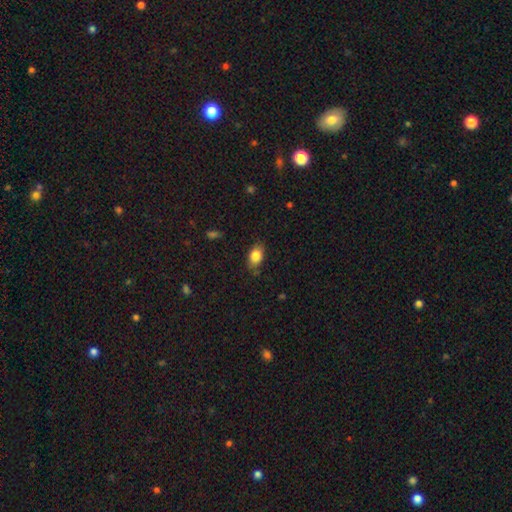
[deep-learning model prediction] A smooth galaxy with no disk features (83%) that is in between round and cigar-shaped (83%).

Vote fractions:
- Smooth or featured? smooth: 83% / featured or disk: 9% / star or artifact: 8%
- How rounded? in between: 83% / round: 15% / cigar-shaped: 2%
- Merging? none: 78% / minor disturbance: 17% / major disturbance: 3% / merger: 2%